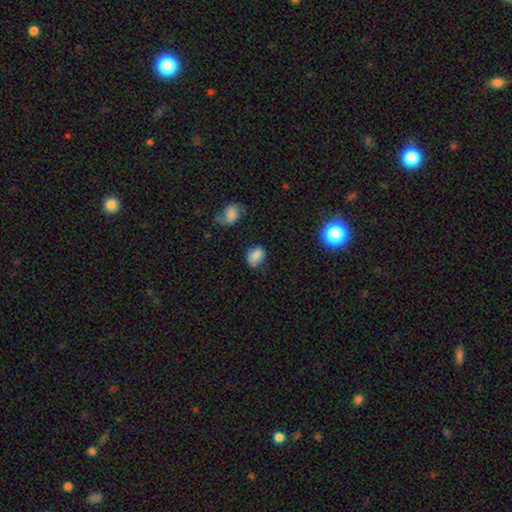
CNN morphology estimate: Smooth or featured: smooth — 81% (star or artifact — 11%)
How rounded: in between — 70% (round — 29%)
Merging: none — 62% (minor disturbance — 27%)